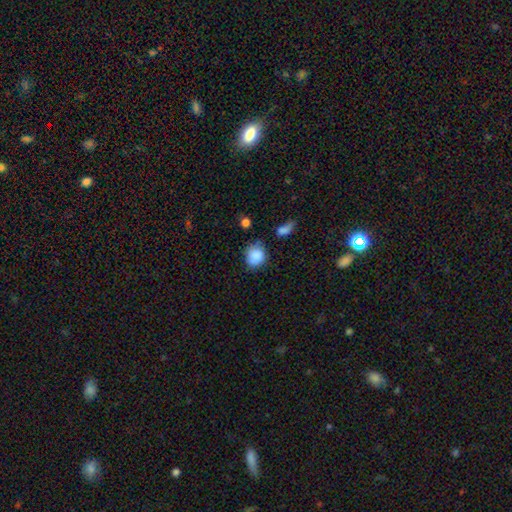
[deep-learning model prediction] Smooth or featured? smooth (85%)
How rounded? round (71%)
Merging? none (61%)